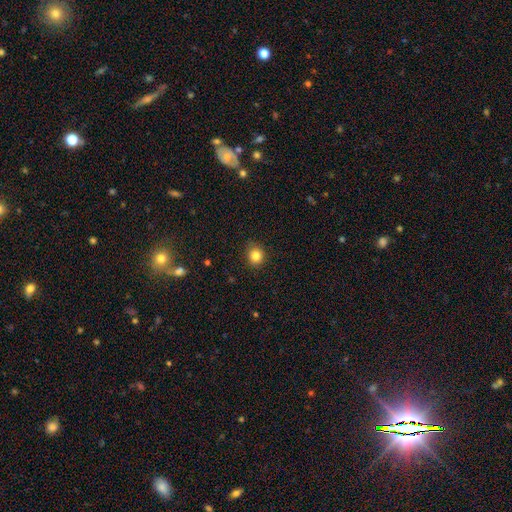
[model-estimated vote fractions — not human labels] Q: Smooth or featured?
A: smooth (83%); runner-up: star or artifact (12%)
Q: How rounded?
A: round (79%); runner-up: in between (20%)
Q: Merging?
A: none (88%); runner-up: minor disturbance (9%)